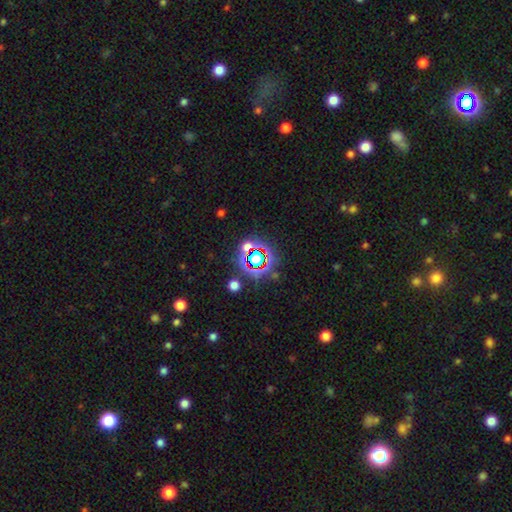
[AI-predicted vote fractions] Smooth or featured: star or artifact — 72% (smooth — 18%)